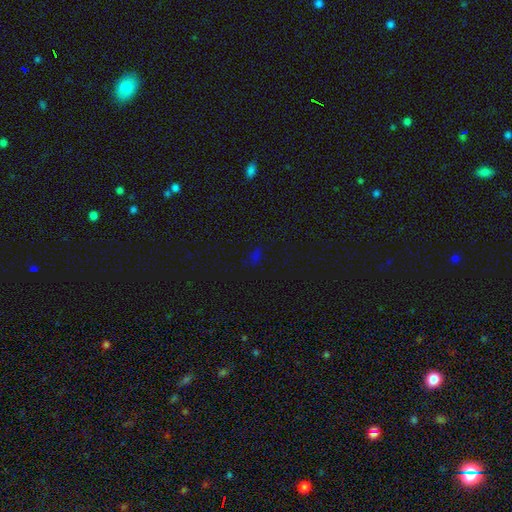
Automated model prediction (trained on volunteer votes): smooth-or-featured: star or artifact: 48% | smooth: 45% | featured or disk: 7%